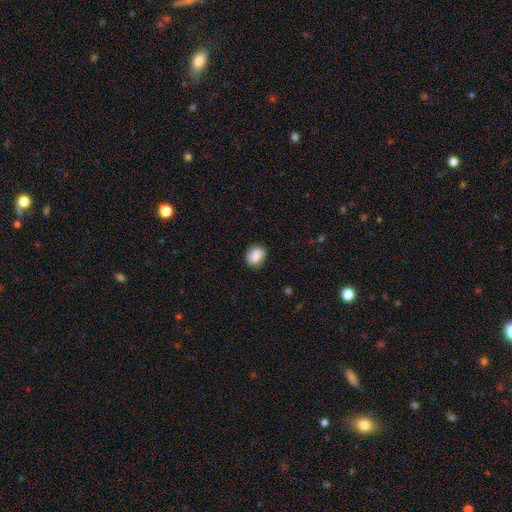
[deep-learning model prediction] Morphology: type=smooth (85%); roundness=round (55%); merging=none (83%).